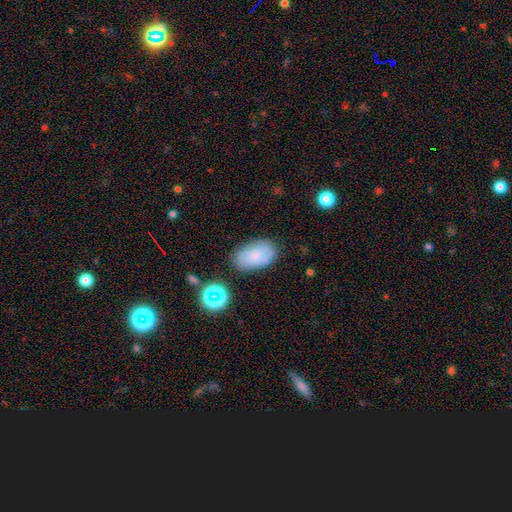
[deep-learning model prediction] A smooth galaxy with no disk features (73%) that is in between round and cigar-shaped (92%). Merging: none (76%).